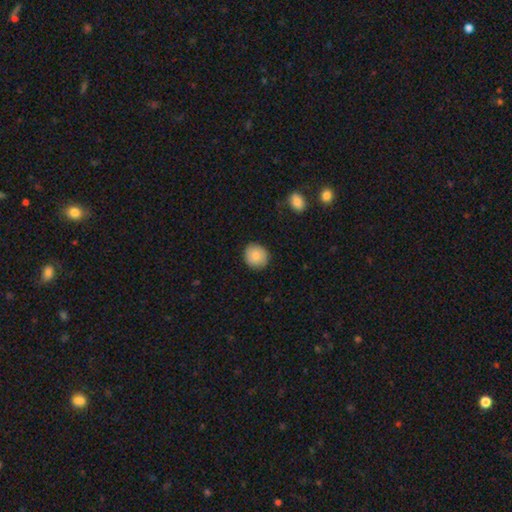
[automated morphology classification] smooth 87%, star or artifact 7%, featured or disk 6%. Down the decision tree: how rounded — round (89%); merging — none (89%).